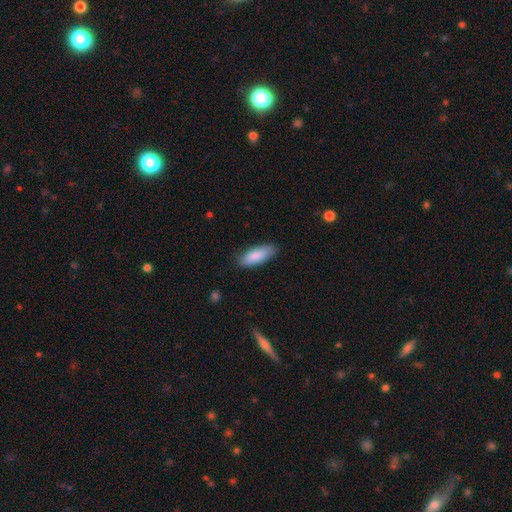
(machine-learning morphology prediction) smooth_or_featured: smooth (p=0.87) [alt: featured or disk p=0.07]
how_rounded: in between (p=0.67) [alt: cigar-shaped p=0.31]
merging: none (p=0.84) [alt: minor disturbance p=0.13]